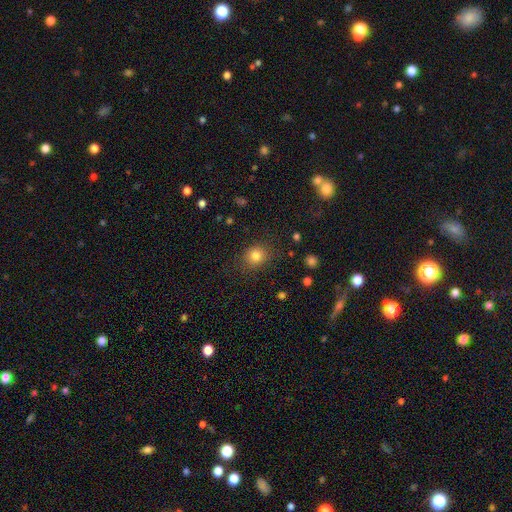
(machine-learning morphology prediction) Smooth or featured: smooth — 83% (star or artifact — 12%)
How rounded: round — 74% (in between — 25%)
Merging: none — 84% (minor disturbance — 11%)